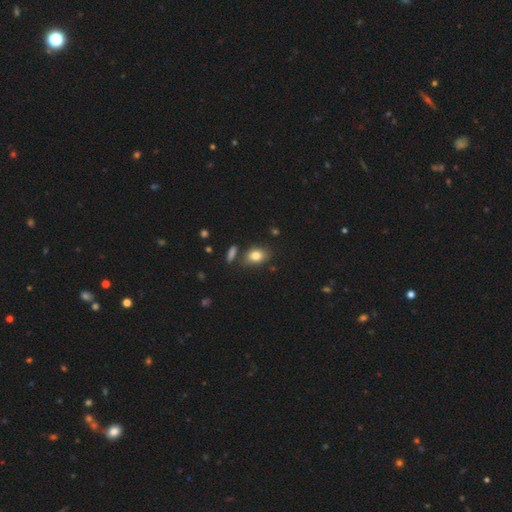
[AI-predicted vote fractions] This appears to be a smooth galaxy with no disk features (82%) that is in between round and cigar-shaped (77%). Merging: none (74%).